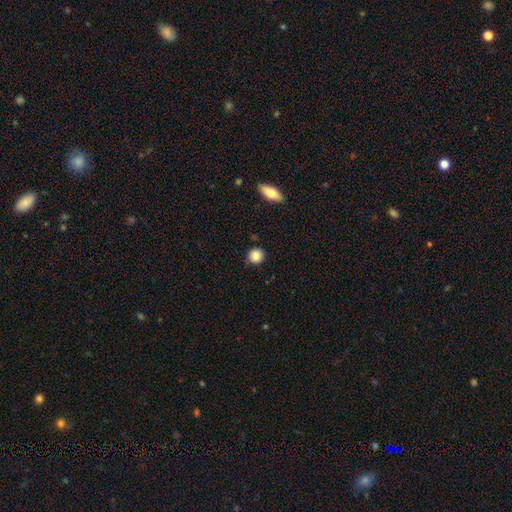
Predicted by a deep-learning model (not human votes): A smooth galaxy with no disk features (86%) that is round (87%). Merging: none (80%).